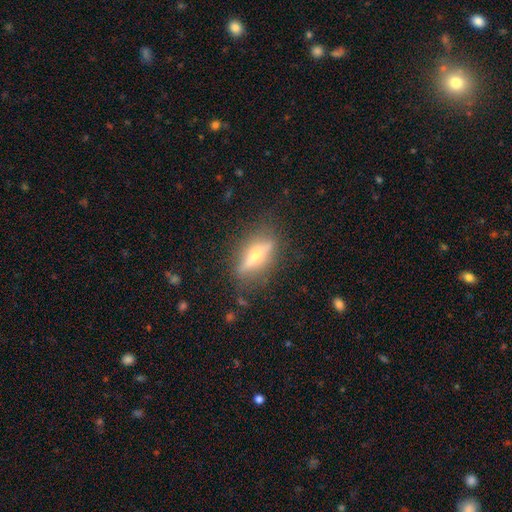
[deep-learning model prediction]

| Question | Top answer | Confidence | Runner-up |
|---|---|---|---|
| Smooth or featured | featured or disk | 65% | smooth (28%) |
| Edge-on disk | yes | 87% | no (13%) |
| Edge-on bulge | rounded | 92% | boxy (4%) |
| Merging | none | 82% | minor disturbance (12%) |